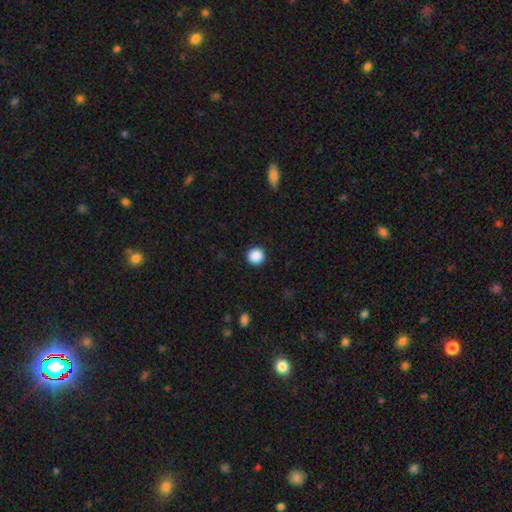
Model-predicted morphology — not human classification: A smooth galaxy with no disk features (89%) that is round (95%).

Vote fractions:
- Smooth or featured? smooth: 89% / star or artifact: 9% / featured or disk: 2%
- How rounded? round: 95% / in between: 4% / cigar-shaped: 1%
- Merging? none: 93% / minor disturbance: 5% / major disturbance: 2% / merger: 1%